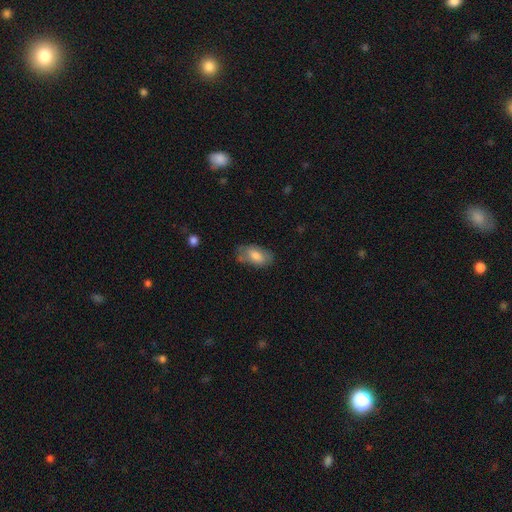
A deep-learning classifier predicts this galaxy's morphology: Smooth or featured? smooth (74%)
How rounded? in between (92%)
Merging? none (64%)